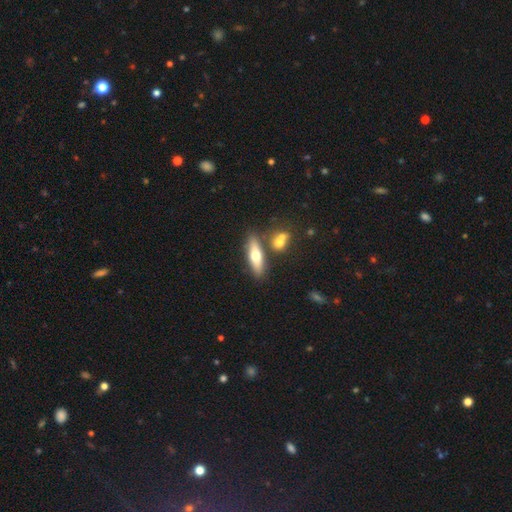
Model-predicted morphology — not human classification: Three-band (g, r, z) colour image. It shows a smooth galaxy with no disk features (56%) that is cigar-shaped (57%). Merging: none (71%).